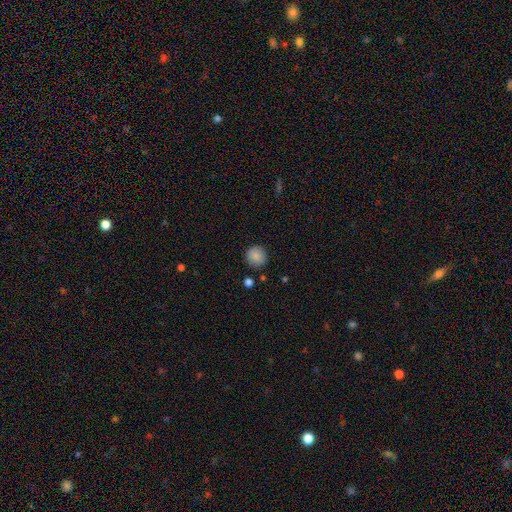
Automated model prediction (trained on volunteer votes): This appears to be a smooth galaxy with no disk features (87%) that is round (93%). Merging: none (87%).